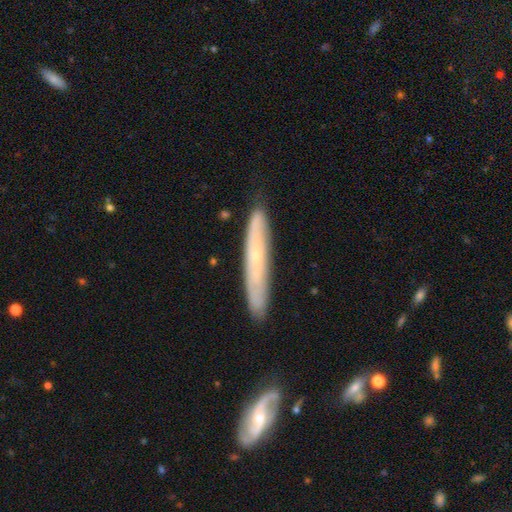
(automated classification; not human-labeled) Smooth or featured? featured or disk (51%)
Edge-on disk? yes (70%)
Merging? none (81%)